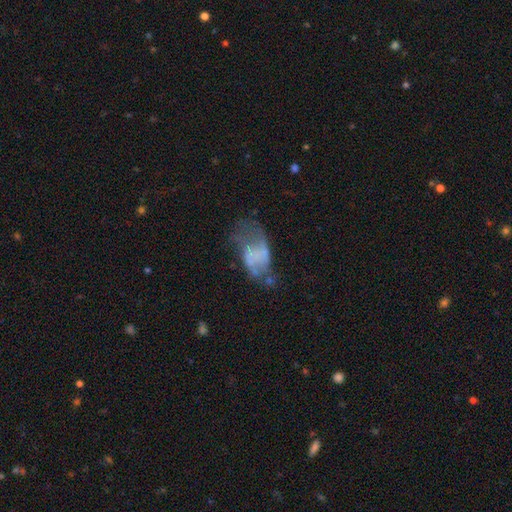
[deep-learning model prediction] Smooth or featured?
  - featured or disk: 56% *
  - smooth: 32%
  - star or artifact: 12%
Edge-on disk?
  - no: 97% *
  - yes: 3%
Bar?
  - no: 80% *
  - weak: 16%
  - strong: 5%
Spiral arms?
  - no: 66% *
  - yes: 34%
Bulge size?
  - none: 79% *
  - small: 11%
  - moderate: 5%
  - large: 3%
  - dominant: 1%
Merging?
  - major disturbance: 45% *
  - none: 27%
  - minor disturbance: 21%
  - merger: 7%